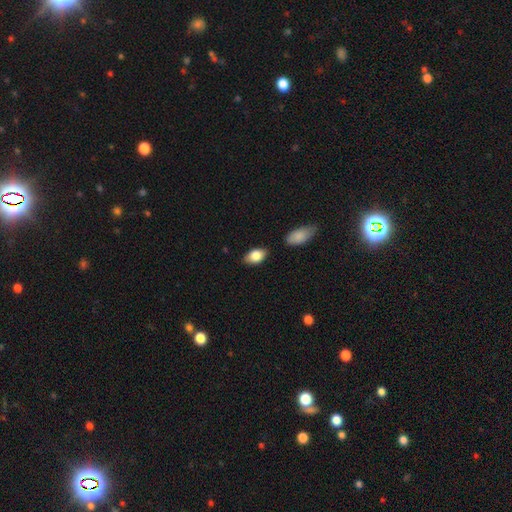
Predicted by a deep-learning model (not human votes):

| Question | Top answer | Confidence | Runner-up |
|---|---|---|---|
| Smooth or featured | smooth | 82% | featured or disk (11%) |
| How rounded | in between | 91% | round (7%) |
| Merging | none | 81% | minor disturbance (13%) |